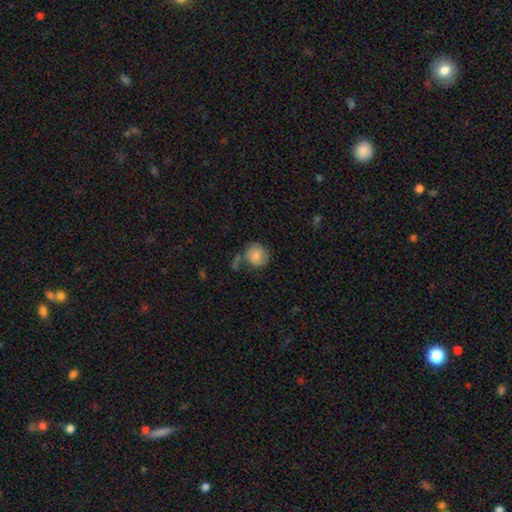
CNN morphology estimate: smooth 81%, featured or disk 11%, star or artifact 7%. Down the decision tree: how rounded — round (83%); merging — none (53%).